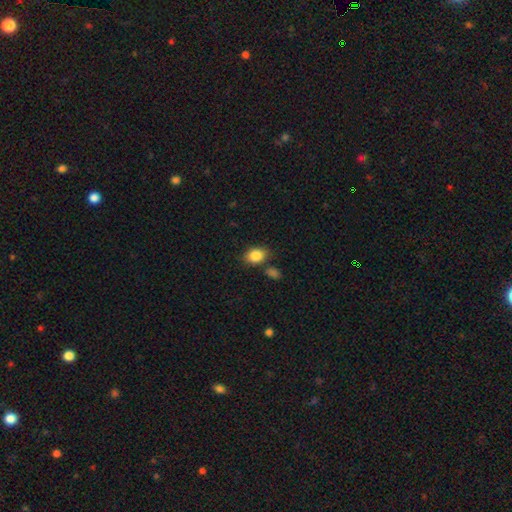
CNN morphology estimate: A smooth galaxy with no disk features (86%) that is in between round and cigar-shaped (66%).

Vote fractions:
- Smooth or featured? smooth: 86% / star or artifact: 8% / featured or disk: 6%
- How rounded? in between: 66% / round: 33% / cigar-shaped: 1%
- Merging? none: 75% / minor disturbance: 14% / merger: 8% / major disturbance: 4%